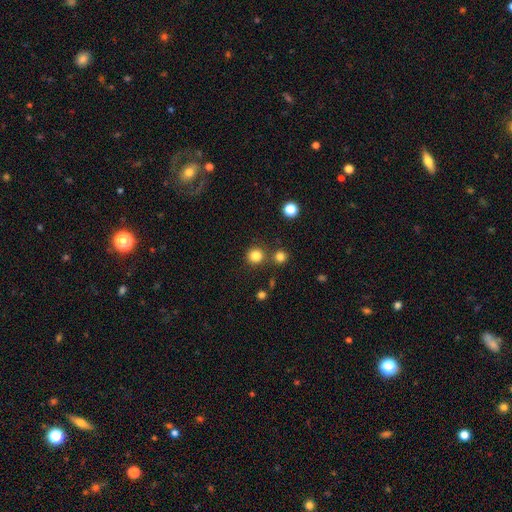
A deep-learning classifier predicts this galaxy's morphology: Smooth or featured: smooth — 83% (star or artifact — 13%)
How rounded: round — 93% (in between — 6%)
Merging: none — 79% (merger — 11%)